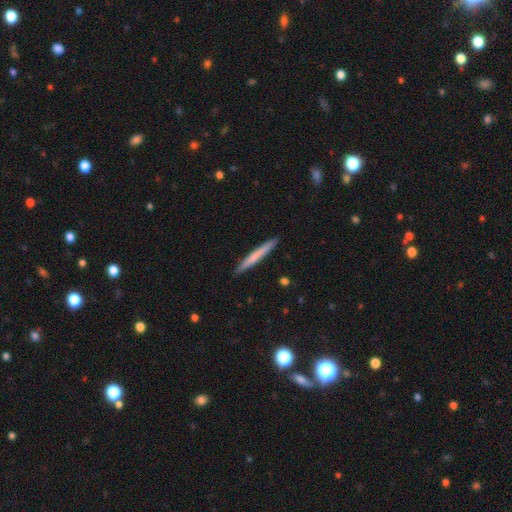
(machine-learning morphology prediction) smooth 66%, featured or disk 29%, star or artifact 5%. Down the decision tree: how rounded — cigar-shaped (97%); merging — none (92%).